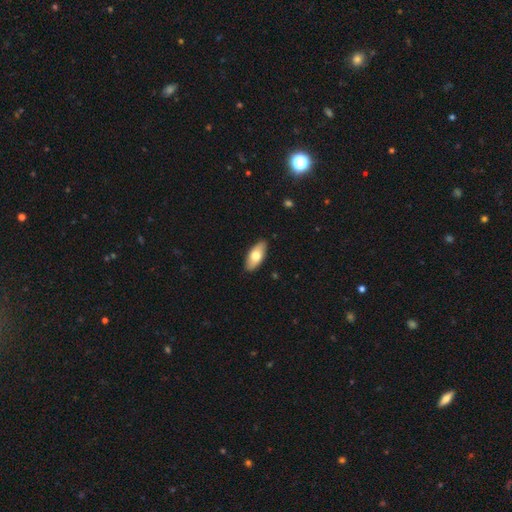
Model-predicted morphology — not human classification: smooth_or_featured: smooth (p=0.71) [alt: featured or disk p=0.23]
how_rounded: in between (p=0.87) [alt: cigar-shaped p=0.11]
merging: none (p=0.89) [alt: minor disturbance p=0.09]